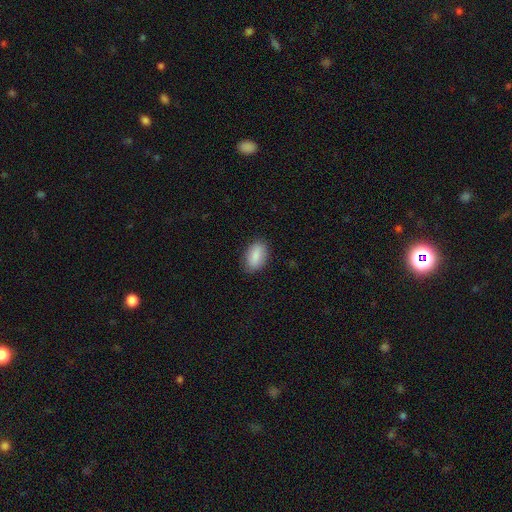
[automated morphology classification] type=smooth (87%); roundness=in between (92%); merging=none (85%).